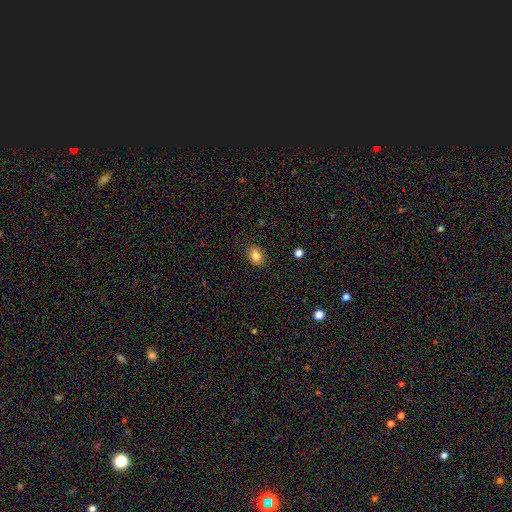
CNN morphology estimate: Smooth or featured: smooth — 84% (star or artifact — 9%)
How rounded: in between — 65% (round — 34%)
Merging: none — 88% (minor disturbance — 9%)